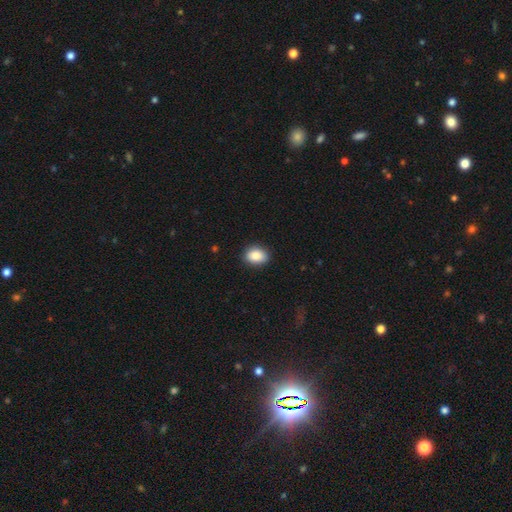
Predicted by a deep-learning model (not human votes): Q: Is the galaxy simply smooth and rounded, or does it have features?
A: smooth — 88%.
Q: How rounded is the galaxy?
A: in between — 67%.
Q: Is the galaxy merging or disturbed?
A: none — 88%.